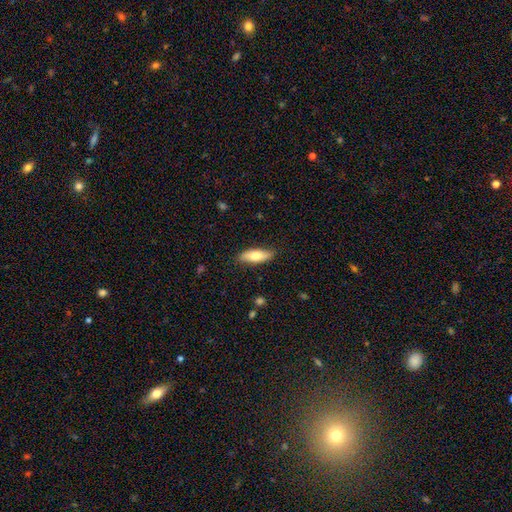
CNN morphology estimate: Smooth or featured? smooth (72%)
How rounded? in between (64%)
Merging? none (84%)